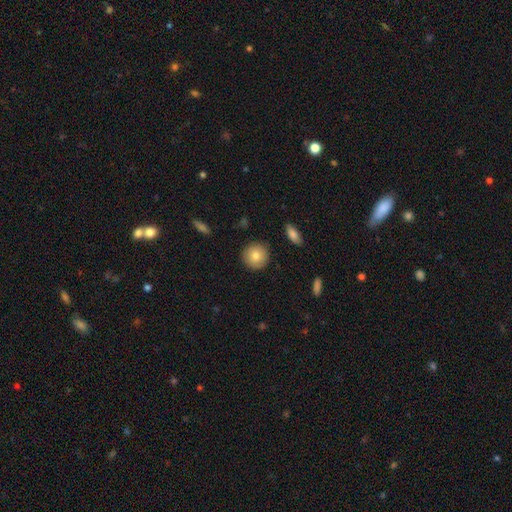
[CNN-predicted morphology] Overall: smooth (81%). How rounded: round (92%). Merging: none (90%).